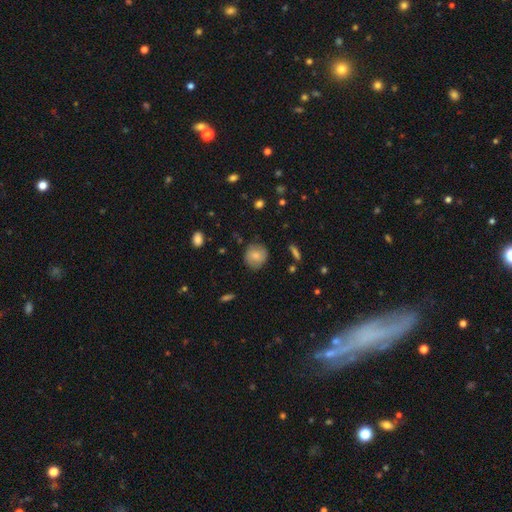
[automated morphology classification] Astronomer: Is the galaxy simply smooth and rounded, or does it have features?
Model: smooth — 73%.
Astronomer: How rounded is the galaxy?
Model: round — 86%.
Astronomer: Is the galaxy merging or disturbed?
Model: none — 80%.